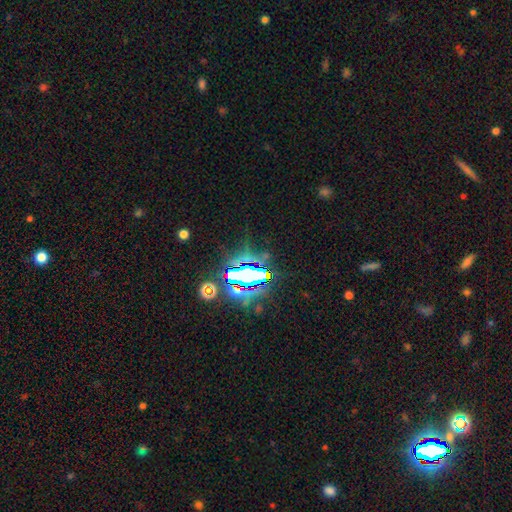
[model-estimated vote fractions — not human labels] The model was most divided on "smooth or featured": star or artifact: 80%, smooth: 11%, featured or disk: 8%.